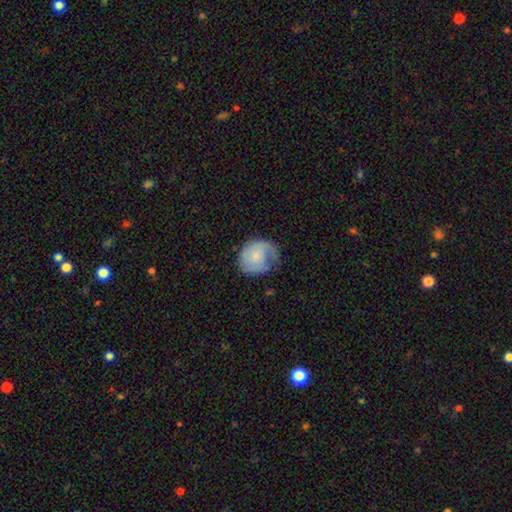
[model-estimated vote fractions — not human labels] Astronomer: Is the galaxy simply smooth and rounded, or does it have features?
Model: smooth — 57% (runner-up: featured or disk, 37%).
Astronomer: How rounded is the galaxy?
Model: round — 69%.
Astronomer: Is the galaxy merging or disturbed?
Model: none — 40% (runner-up: minor disturbance, 34%).